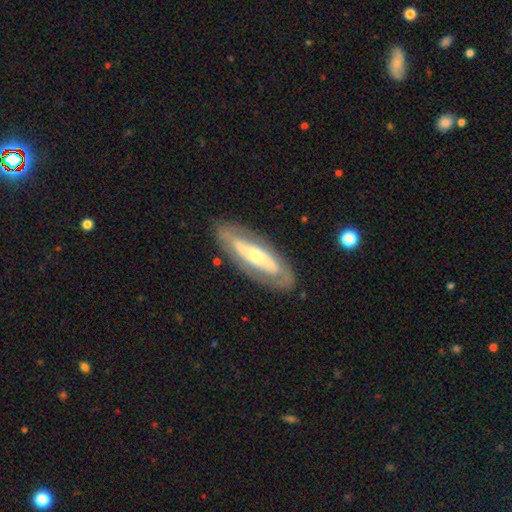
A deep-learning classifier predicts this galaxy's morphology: Smooth or featured? Predicted: featured or disk (p=0.73). Edge-on disk? Predicted: no (p=0.76). Bar? Predicted: strong (p=0.37). Spiral arms? Predicted: yes (p=0.63). Bulge size? Predicted: moderate (p=0.52). Merging? Predicted: none (p=0.83).